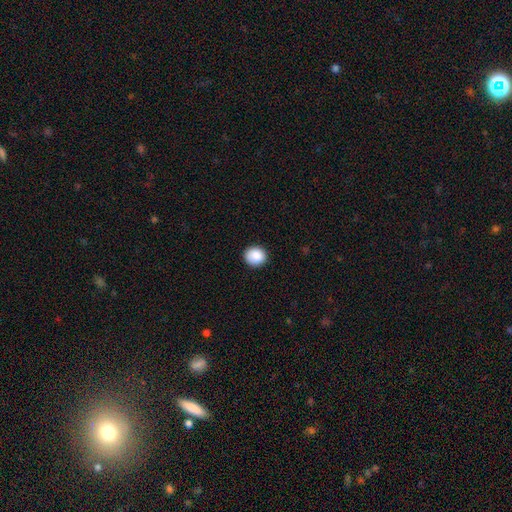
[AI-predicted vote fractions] Smooth or featured?
  - smooth: 88% *
  - star or artifact: 8%
  - featured or disk: 4%
How rounded?
  - round: 86% *
  - in between: 13%
  - cigar-shaped: 1%
Merging?
  - none: 89% *
  - minor disturbance: 8%
  - major disturbance: 2%
  - merger: 1%